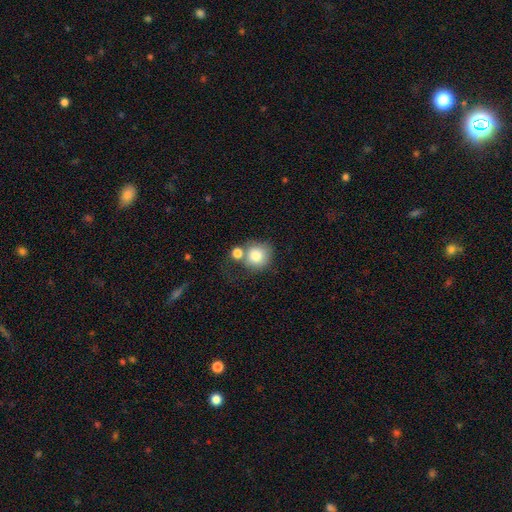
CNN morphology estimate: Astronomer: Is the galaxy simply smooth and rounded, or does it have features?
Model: smooth — 81%.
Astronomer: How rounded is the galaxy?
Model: round — 82%.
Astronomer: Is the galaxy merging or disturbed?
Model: none — 46% (runner-up: merger, 32%).